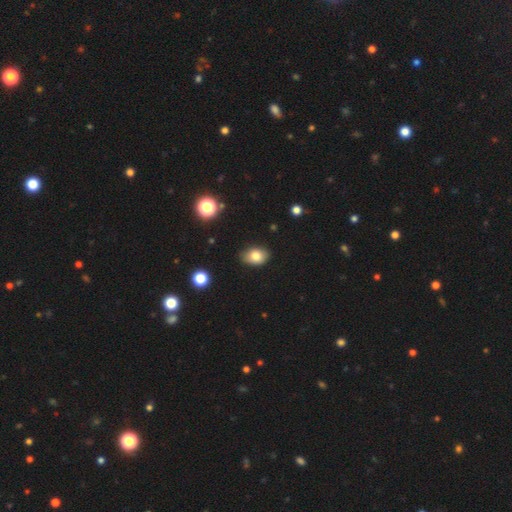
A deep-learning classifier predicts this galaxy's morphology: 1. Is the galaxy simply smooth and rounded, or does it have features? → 80% smooth, 10% featured or disk, 10% star or artifact.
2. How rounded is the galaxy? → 79% in between, 20% round, 1% cigar-shaped.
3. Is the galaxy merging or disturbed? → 78% none, 18% minor disturbance, 3% major disturbance, 1% merger.